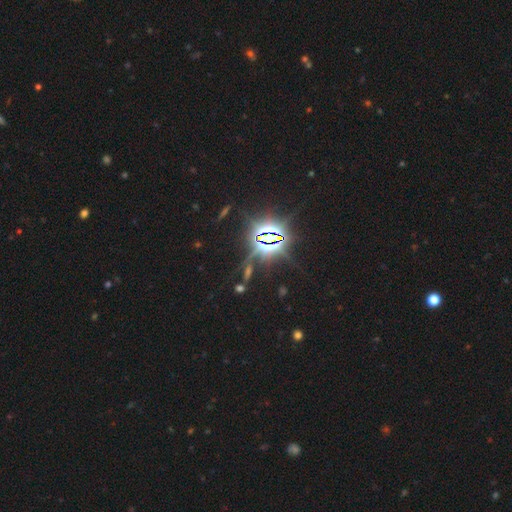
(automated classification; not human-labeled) smooth-or-featured: star or artifact: 86% | smooth: 9% | featured or disk: 5%